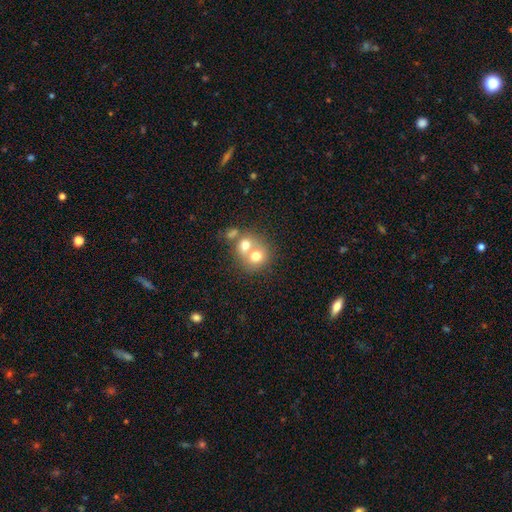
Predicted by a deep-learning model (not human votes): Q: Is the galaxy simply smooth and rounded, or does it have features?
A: smooth — 68%.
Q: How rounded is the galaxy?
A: round — 74%.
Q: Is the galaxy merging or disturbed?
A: merger — 63%.